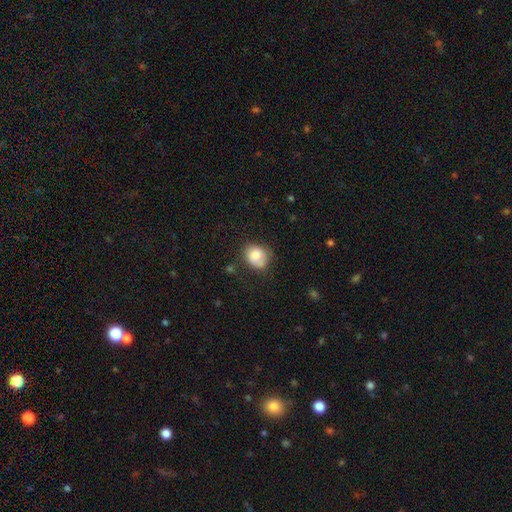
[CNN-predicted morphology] smooth-or-featured: smooth: 81% | featured or disk: 11% | star or artifact: 8%
  how-rounded: round: 65% | in between: 34% | cigar-shaped: 1%
  merging: none: 60% | minor disturbance: 27% | major disturbance: 8% | merger: 5%